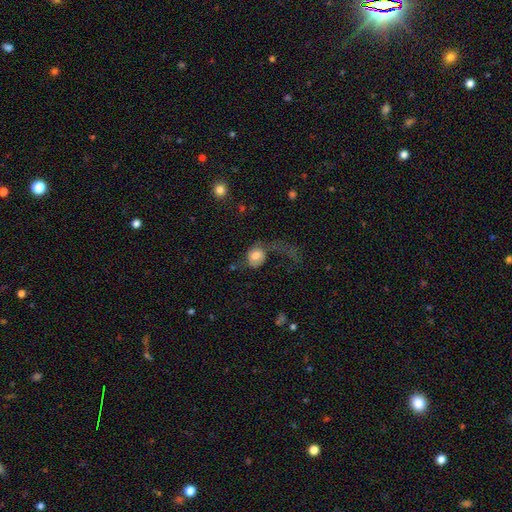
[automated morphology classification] Smooth or featured: smooth — 64% (featured or disk — 28%)
How rounded: round — 69% (in between — 30%)
Merging: major disturbance — 60% (none — 20%)